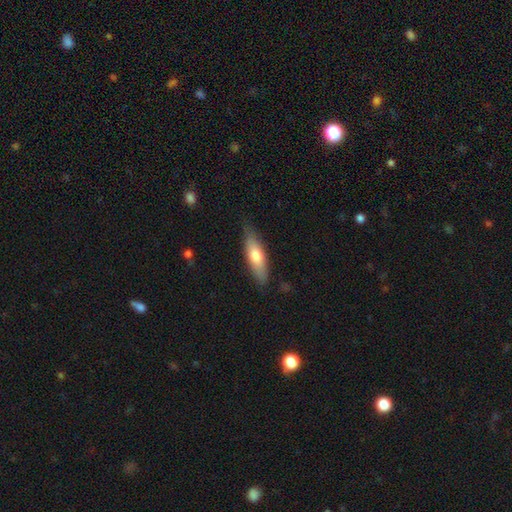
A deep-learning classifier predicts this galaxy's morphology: This is likely a smooth galaxy (67%). How rounded: possibly cigar-shaped (52%). Merging: likely none (78%).